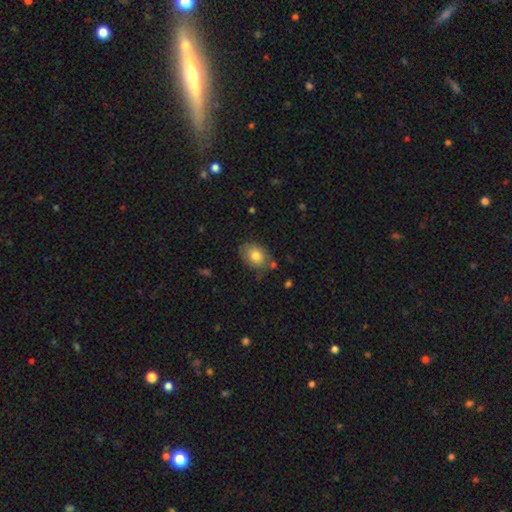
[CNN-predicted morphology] A smooth galaxy with no disk features (78%) that is in between round and cigar-shaped (77%).

Vote fractions:
- Smooth or featured? smooth: 78% / featured or disk: 15% / star or artifact: 8%
- How rounded? in between: 77% / round: 22% / cigar-shaped: 1%
- Merging? none: 72% / minor disturbance: 20% / major disturbance: 4% / merger: 4%